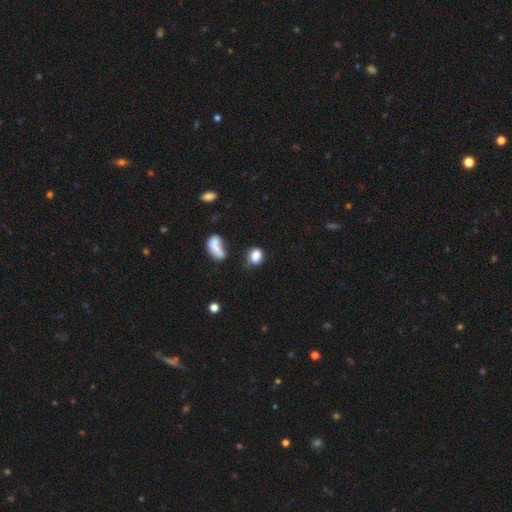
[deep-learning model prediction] A smooth galaxy with no disk features (83%) that is round (55%). Merging: none (63%).